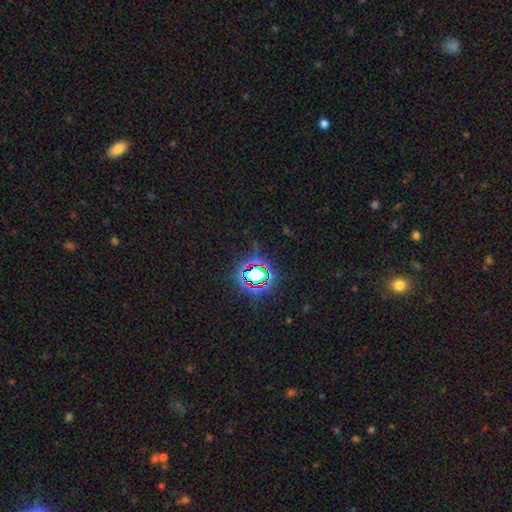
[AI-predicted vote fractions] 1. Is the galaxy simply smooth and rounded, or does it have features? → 80% star or artifact, 12% smooth, 8% featured or disk.